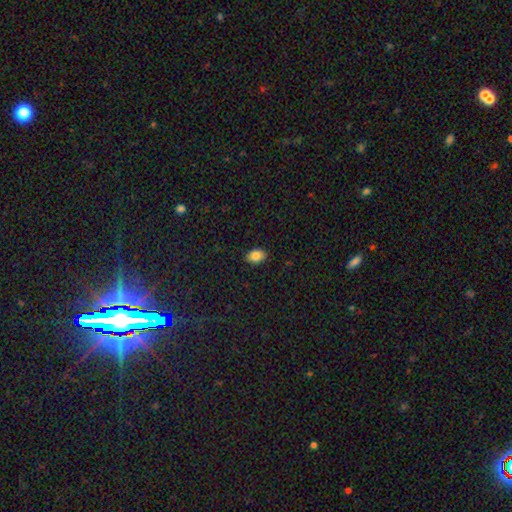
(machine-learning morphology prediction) Smooth or featured?
  - smooth: 86% *
  - star or artifact: 9%
  - featured or disk: 5%
How rounded?
  - in between: 80% *
  - round: 19%
  - cigar-shaped: 1%
Merging?
  - none: 88% *
  - minor disturbance: 9%
  - major disturbance: 2%
  - merger: 1%